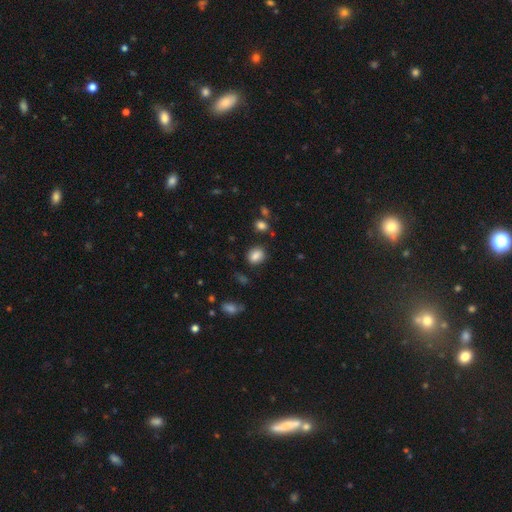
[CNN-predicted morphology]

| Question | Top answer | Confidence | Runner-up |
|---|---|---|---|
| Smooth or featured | smooth | 85% | star or artifact (10%) |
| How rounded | in between | 55% | round (43%) |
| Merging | none | 82% | minor disturbance (11%) |